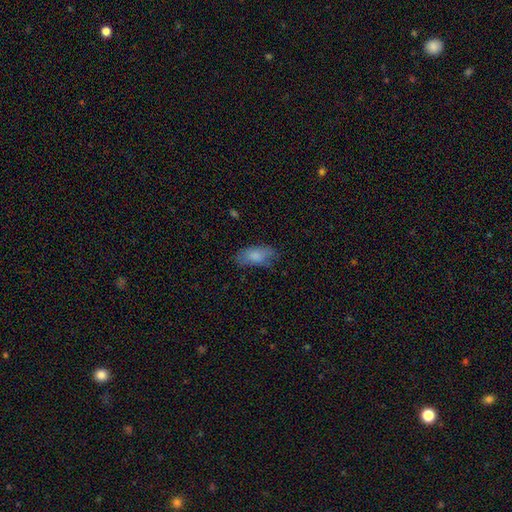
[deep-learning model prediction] smooth-or-featured: smooth: 80% | featured or disk: 12% | star or artifact: 7%
  how-rounded: in between: 88% | cigar-shaped: 9% | round: 3%
  merging: none: 67% | minor disturbance: 24% | major disturbance: 8% | merger: 2%